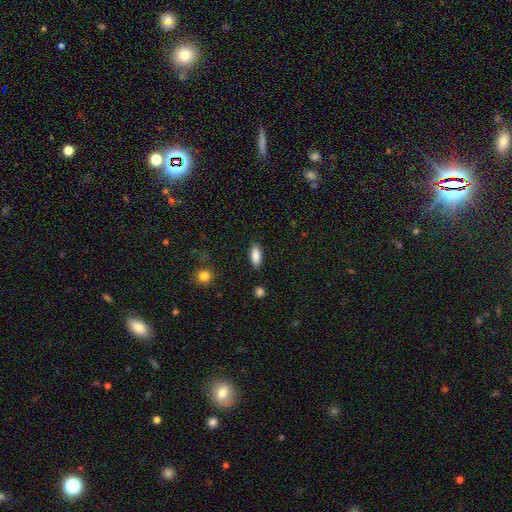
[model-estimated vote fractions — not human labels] A smooth galaxy with no disk features (87%) that is in between round and cigar-shaped (80%).

Vote fractions:
- Smooth or featured? smooth: 87% / star or artifact: 7% / featured or disk: 6%
- How rounded? in between: 80% / cigar-shaped: 18% / round: 2%
- Merging? none: 86% / minor disturbance: 10% / major disturbance: 2% / merger: 1%